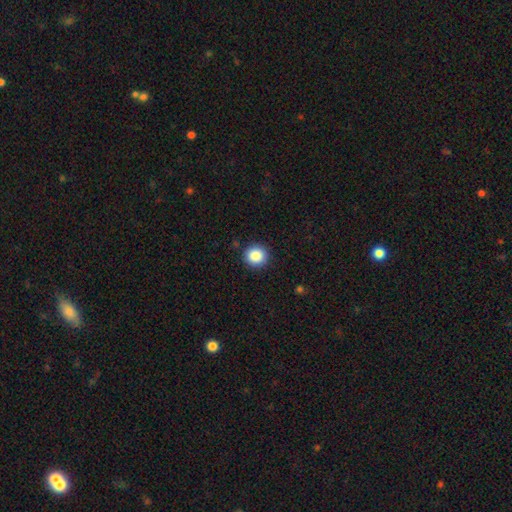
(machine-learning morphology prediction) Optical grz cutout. It shows a smooth galaxy with no disk features (87%) that is round (90%). Merging: none (90%).